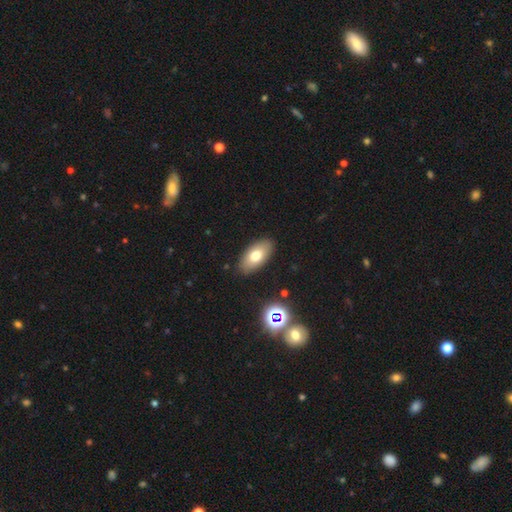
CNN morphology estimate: smooth_or_featured: smooth (p=0.72) [alt: featured or disk p=0.19]
how_rounded: in between (p=0.92) [alt: cigar-shaped p=0.05]
merging: none (p=0.88) [alt: minor disturbance p=0.09]